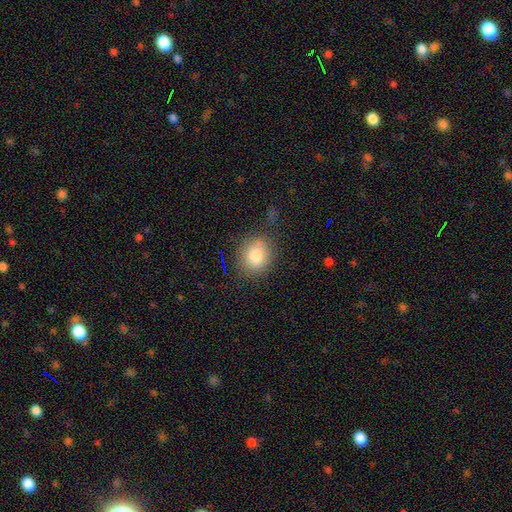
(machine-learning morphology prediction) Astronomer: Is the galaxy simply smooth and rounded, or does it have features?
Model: smooth — 81%.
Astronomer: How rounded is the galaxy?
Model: round — 73%.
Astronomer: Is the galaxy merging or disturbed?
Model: none — 77%.